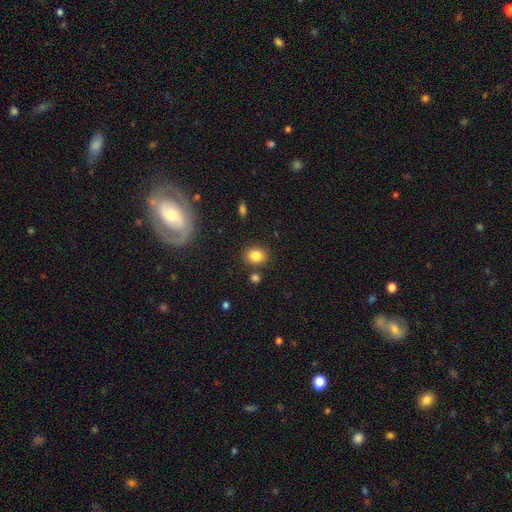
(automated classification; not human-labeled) Overall: smooth (84%). How rounded: round (57%; in between 42%). Merging: none (81%).